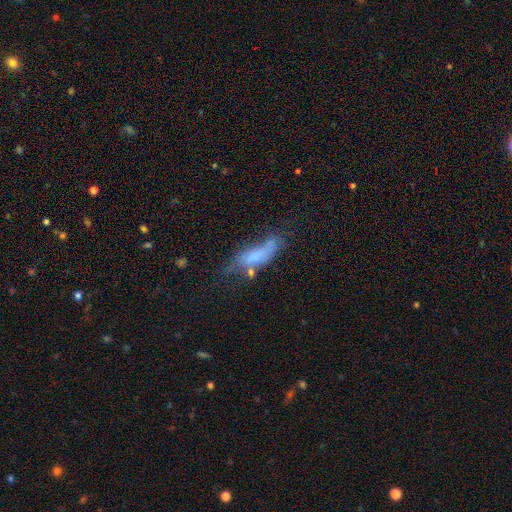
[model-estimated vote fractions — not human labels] Overall: smooth (56%; featured or disk 32%). How rounded: in between (62%; cigar-shaped 35%). Merging: major disturbance (30%; none 28%).